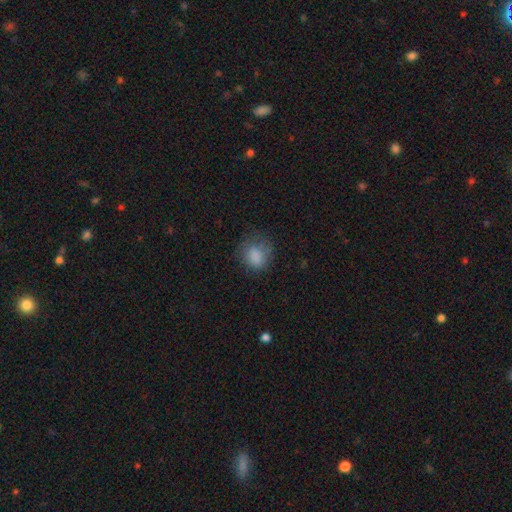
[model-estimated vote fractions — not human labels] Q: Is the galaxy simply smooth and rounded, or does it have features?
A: smooth — 80%.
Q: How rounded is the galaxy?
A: round — 60%.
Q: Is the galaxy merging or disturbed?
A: none — 61%.